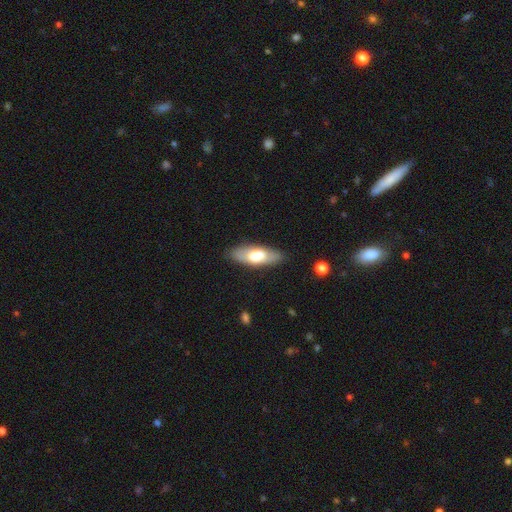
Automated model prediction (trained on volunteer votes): This appears to be a smooth galaxy with no disk features (61%) that is in between round and cigar-shaped (69%). Merging: none (84%).